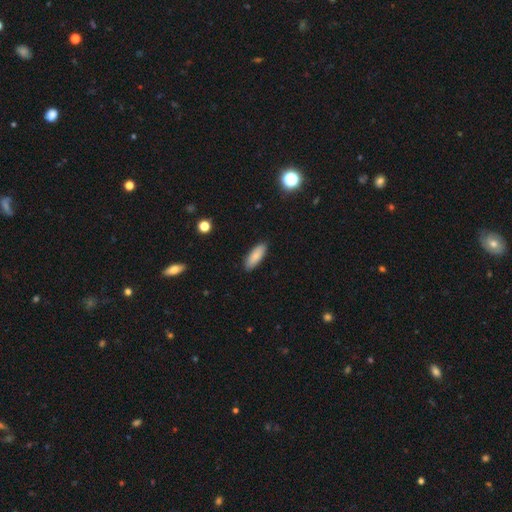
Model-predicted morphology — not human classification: This appears to be a smooth galaxy with no disk features (83%) that is in between round and cigar-shaped (69%). Merging: none (89%).